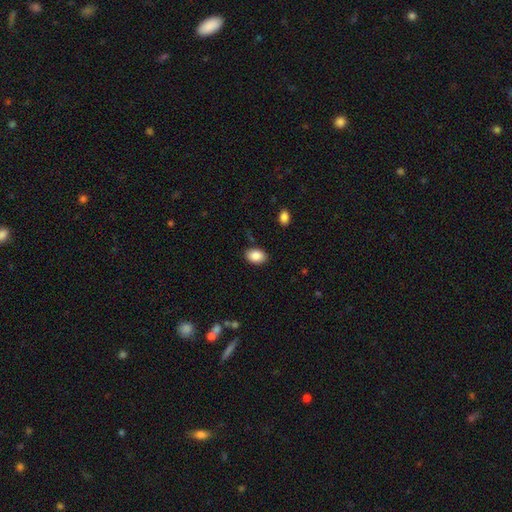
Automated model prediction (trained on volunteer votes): Smooth or featured?
  - smooth: 88% *
  - star or artifact: 7%
  - featured or disk: 5%
How rounded?
  - in between: 83% *
  - round: 16%
  - cigar-shaped: 1%
Merging?
  - none: 87% *
  - minor disturbance: 9%
  - major disturbance: 2%
  - merger: 1%